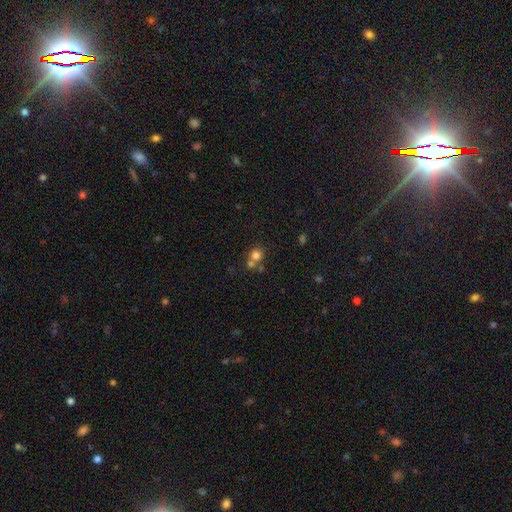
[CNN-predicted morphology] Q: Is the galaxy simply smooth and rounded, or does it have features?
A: smooth — 75%.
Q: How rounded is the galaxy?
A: round — 84%.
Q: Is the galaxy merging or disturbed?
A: none — 50%.